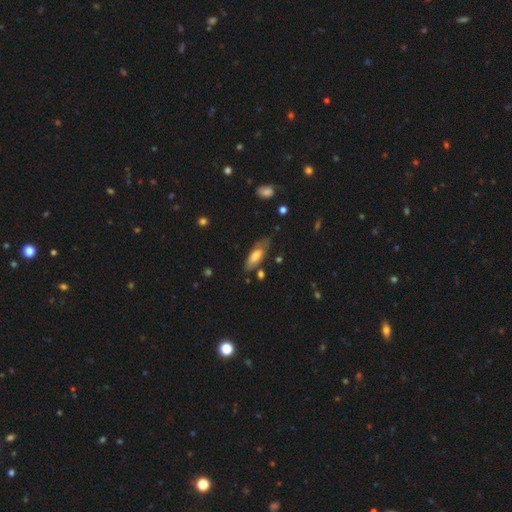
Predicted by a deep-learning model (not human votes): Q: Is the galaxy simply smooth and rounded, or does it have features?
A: smooth — 64%.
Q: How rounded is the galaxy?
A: in between — 65%.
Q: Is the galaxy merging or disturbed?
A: none — 64%.